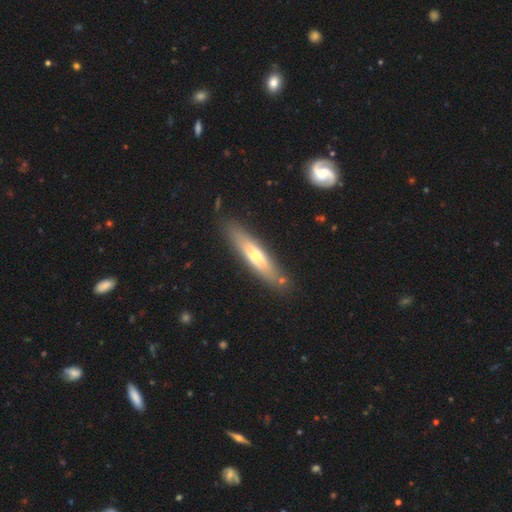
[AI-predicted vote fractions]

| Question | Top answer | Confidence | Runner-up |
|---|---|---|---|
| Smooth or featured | smooth | 55% | featured or disk (39%) |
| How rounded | cigar-shaped | 81% | in between (17%) |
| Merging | none | 84% | minor disturbance (10%) |